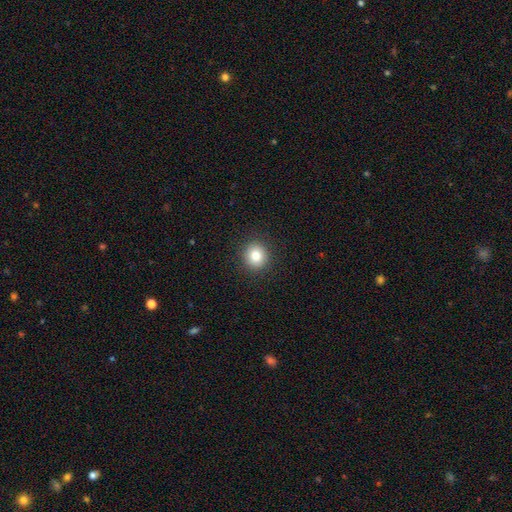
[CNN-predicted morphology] Q: Smooth or featured?
A: smooth (82%); runner-up: star or artifact (11%)
Q: How rounded?
A: round (89%); runner-up: in between (10%)
Q: Merging?
A: none (92%); runner-up: minor disturbance (5%)